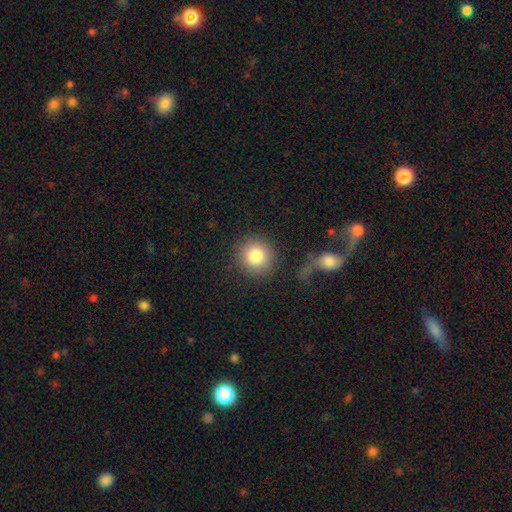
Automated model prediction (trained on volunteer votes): Smooth or featured: smooth — 83% (star or artifact — 9%)
How rounded: round — 92% (in between — 7%)
Merging: none — 82% (minor disturbance — 9%)